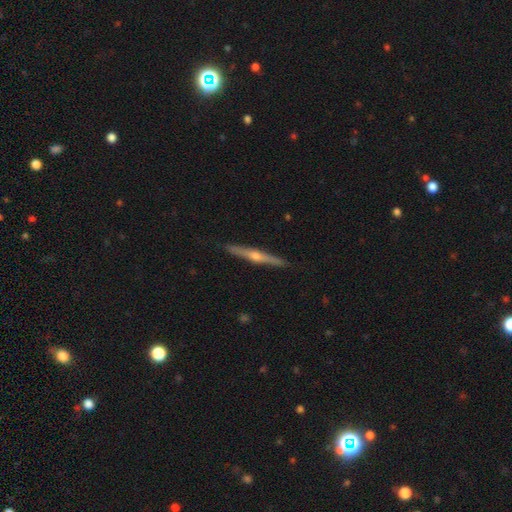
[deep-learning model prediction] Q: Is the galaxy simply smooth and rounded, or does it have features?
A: featured or disk — 76%.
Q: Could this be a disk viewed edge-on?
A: yes — 97%.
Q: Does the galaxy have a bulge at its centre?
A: rounded — 87%.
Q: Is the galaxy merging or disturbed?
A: none — 91%.